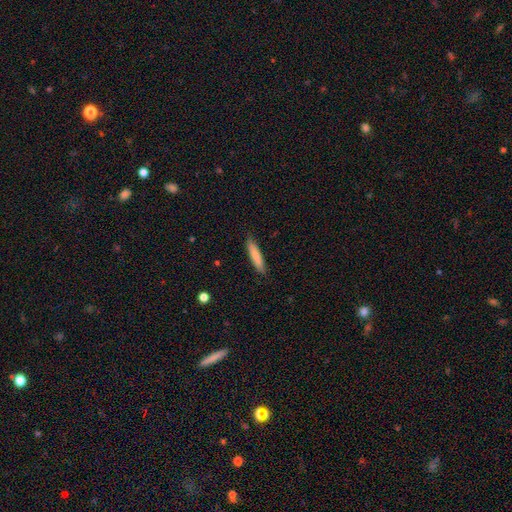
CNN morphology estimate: This appears to be a smooth galaxy with no disk features (80%) that is cigar-shaped (89%). Merging: none (88%).